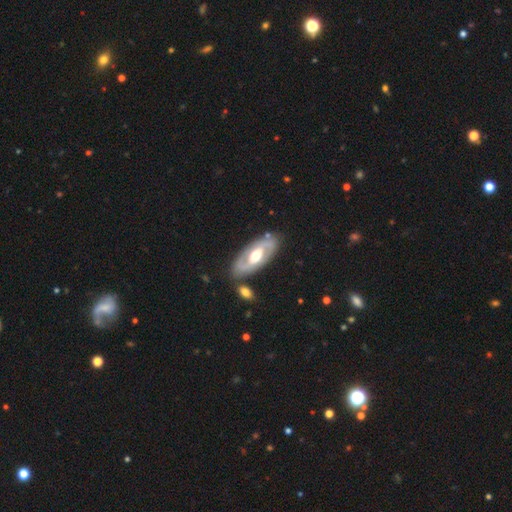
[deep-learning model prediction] featured or disk 77%, smooth 19%, star or artifact 4%. Down the decision tree: edge-on disk — no (91%); bar — no (37%, tied with weak); spiral arms — yes (74%); spiral arm count — 2 (83%); spiral winding — medium (44%); bulge size — moderate (72%); merging — none (79%).